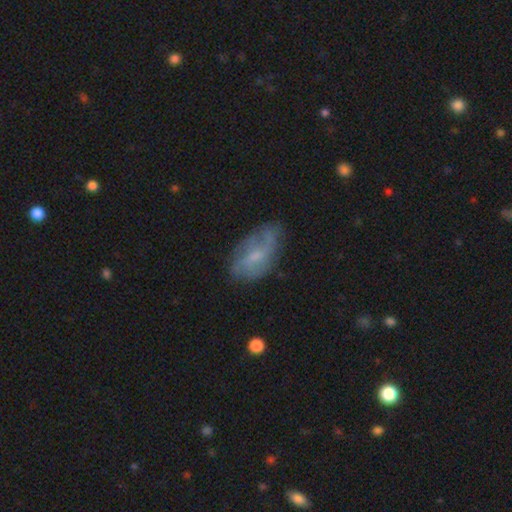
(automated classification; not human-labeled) The model was most divided on "bar": no: 51%, weak: 42%, strong: 7%. More confident: edge-on disk — no (94%); spiral arms — yes (70%); merging — none (59%); smooth or featured — featured or disk (55%); bulge size — small (54%).